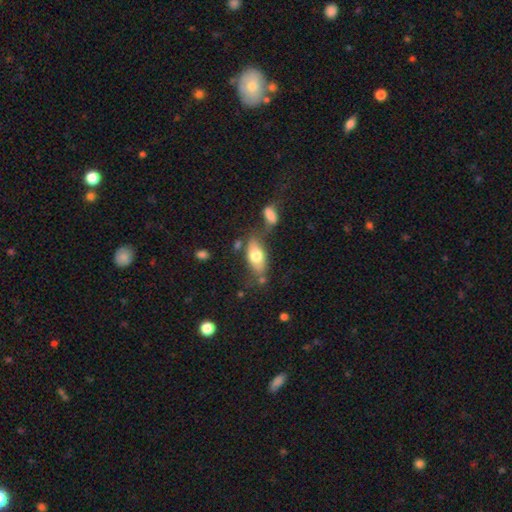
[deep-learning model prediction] Morphology: type=smooth (70%); roundness=in between (85%); merging=none (56%).